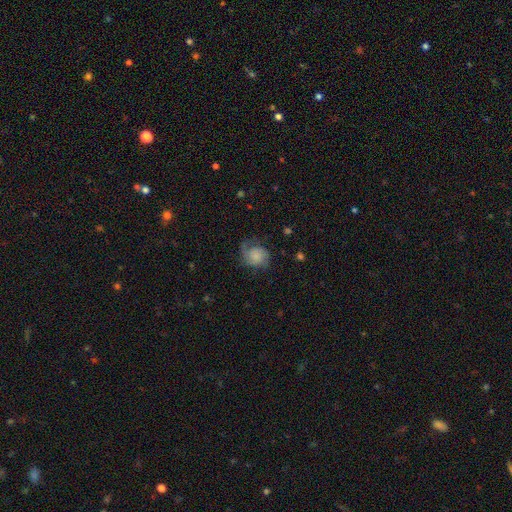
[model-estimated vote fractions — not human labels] This appears to be a featured or disk galaxy (56%) with no bar (75%), spiral arms (91%) and no central bulge (37%). Merging: none (57%).